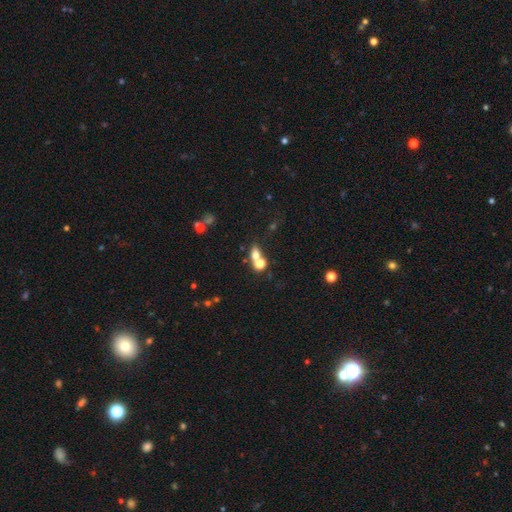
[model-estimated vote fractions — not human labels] This appears to be a smooth galaxy with no disk features (68%) that is in between round and cigar-shaped (50%). Merging: merger (49%).